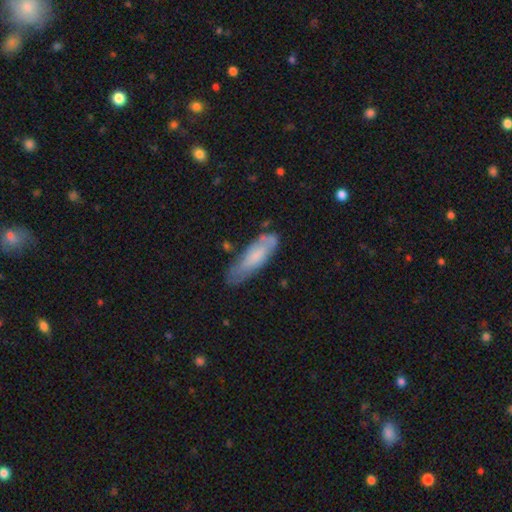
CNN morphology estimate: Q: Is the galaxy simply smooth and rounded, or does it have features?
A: smooth — 65%.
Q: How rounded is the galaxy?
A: cigar-shaped — 50%.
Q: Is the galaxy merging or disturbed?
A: none — 57%.